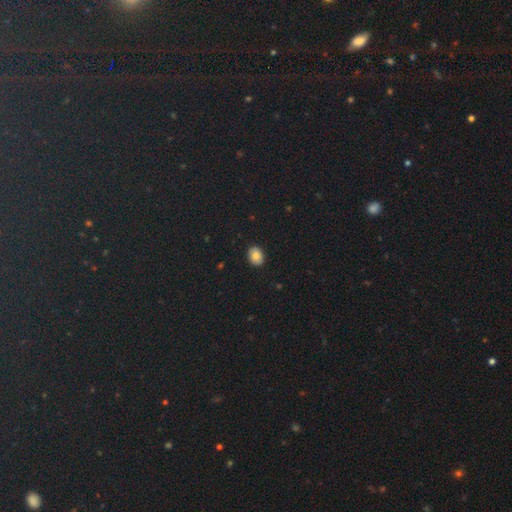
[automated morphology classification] Smooth or featured? Predicted: smooth (p=0.82). How rounded? Predicted: in between (p=0.55). Merging? Predicted: none (p=0.90).